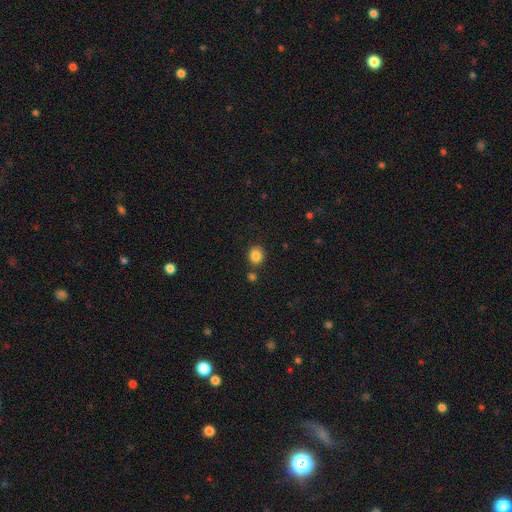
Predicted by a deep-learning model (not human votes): Smooth or featured: smooth — 86% (star or artifact — 10%)
How rounded: round — 78% (in between — 21%)
Merging: none — 77% (minor disturbance — 10%)